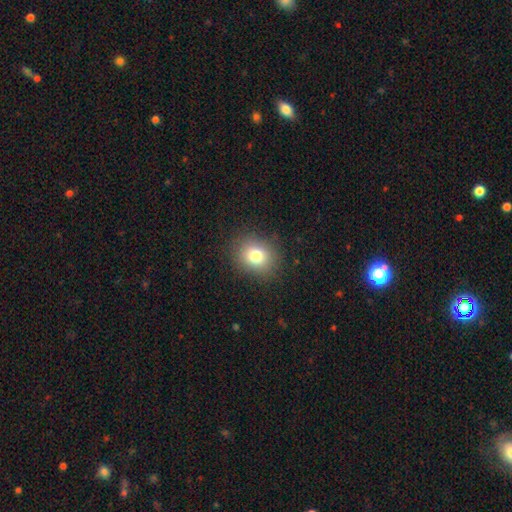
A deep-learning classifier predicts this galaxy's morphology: This appears to be a smooth galaxy with no disk features (78%) that is round (63%). Merging: none (87%).